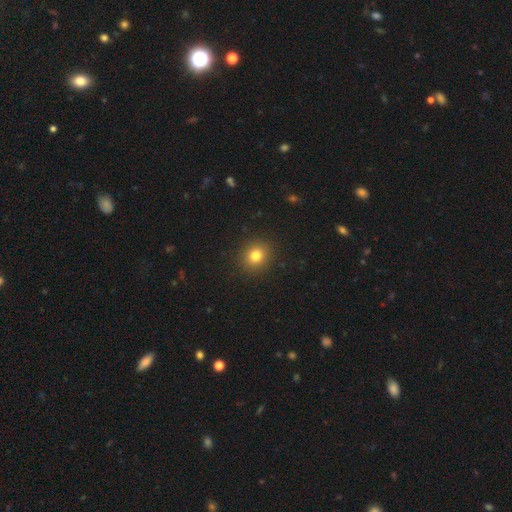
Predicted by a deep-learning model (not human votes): The model was most divided on "how rounded": round: 79%, in between: 20%, cigar-shaped: 1%. More confident: merging — none (91%); smooth or featured — smooth (80%).